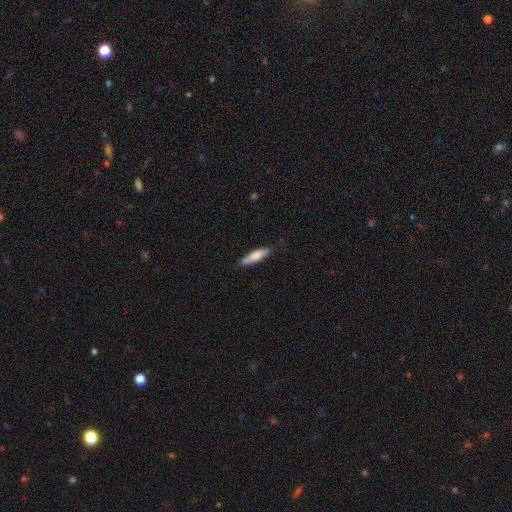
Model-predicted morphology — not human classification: smooth 71%, featured or disk 23%, star or artifact 5%. Down the decision tree: how rounded — cigar-shaped (72%); merging — none (81%).